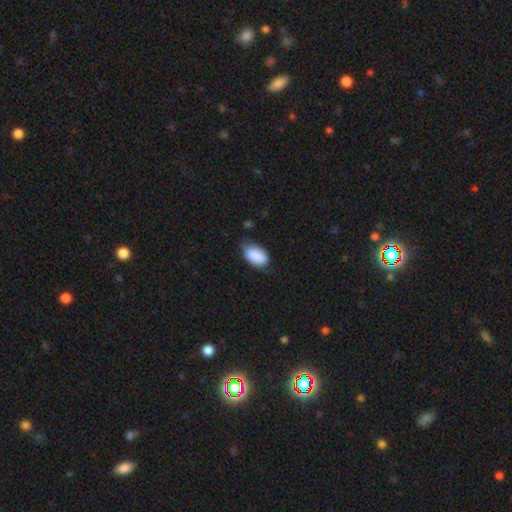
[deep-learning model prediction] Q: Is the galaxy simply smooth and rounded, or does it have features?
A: smooth — 89%.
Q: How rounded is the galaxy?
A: in between — 93%.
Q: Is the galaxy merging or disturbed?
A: none — 62%.